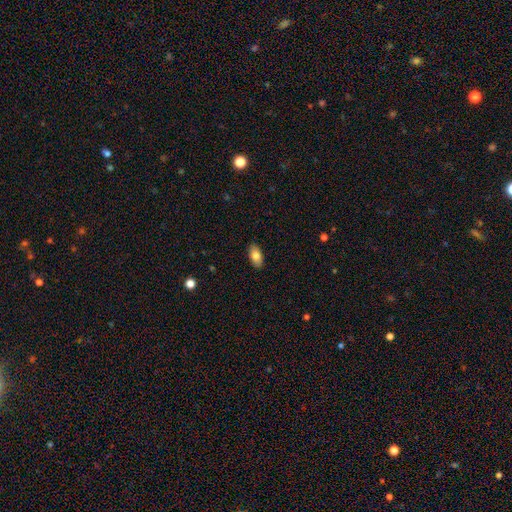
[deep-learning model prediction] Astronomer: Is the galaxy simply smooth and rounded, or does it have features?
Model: smooth — 82%.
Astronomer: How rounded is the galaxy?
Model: in between — 91%.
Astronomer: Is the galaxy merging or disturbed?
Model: none — 89%.